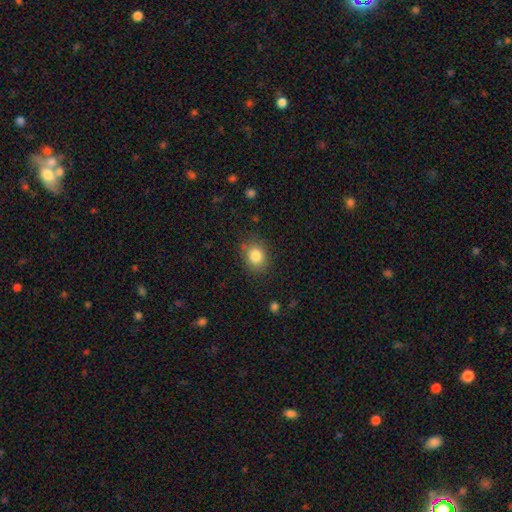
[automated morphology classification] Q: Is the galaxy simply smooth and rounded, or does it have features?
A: smooth — 84%.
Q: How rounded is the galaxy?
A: round — 63%.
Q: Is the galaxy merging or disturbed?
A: none — 81%.